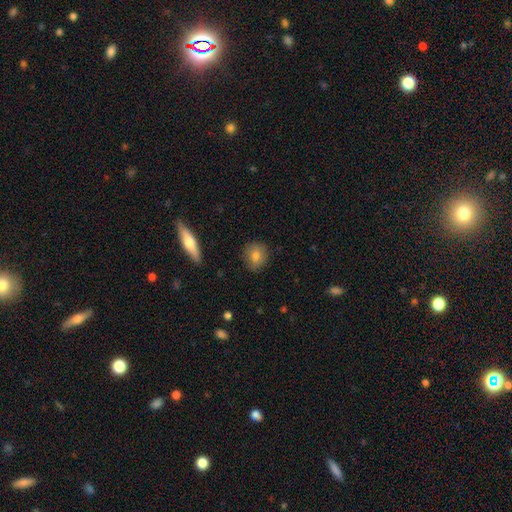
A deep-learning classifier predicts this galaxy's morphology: smooth 79%, featured or disk 13%, star or artifact 8%. Down the decision tree: how rounded — round (70%); merging — none (86%).